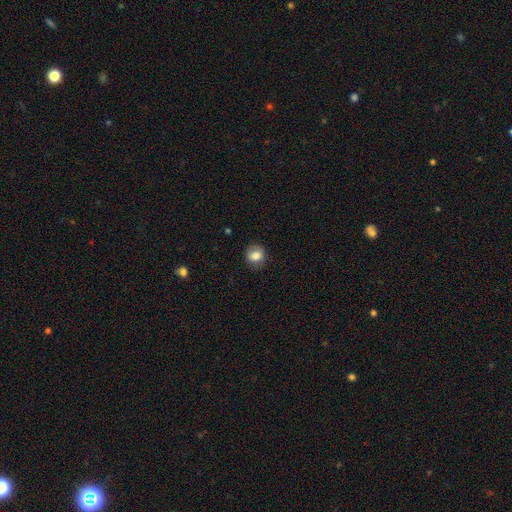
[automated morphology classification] Smooth or featured? Predicted: smooth (p=0.80). How rounded? Predicted: round (p=0.74). Merging? Predicted: none (p=0.79).